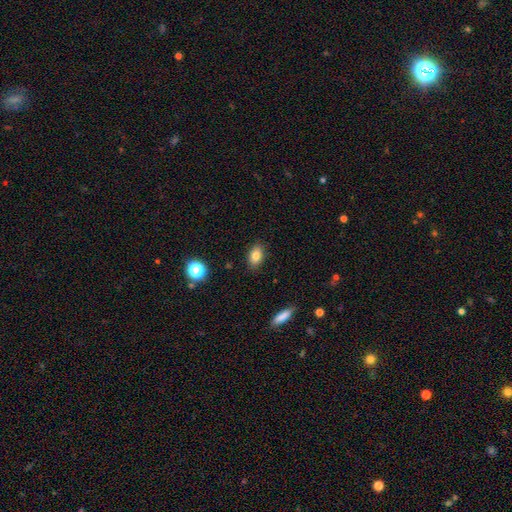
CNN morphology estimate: Smooth or featured?
  - smooth: 82% *
  - star or artifact: 10%
  - featured or disk: 8%
How rounded?
  - in between: 85% *
  - round: 12%
  - cigar-shaped: 3%
Merging?
  - none: 87% *
  - minor disturbance: 9%
  - major disturbance: 2%
  - merger: 1%